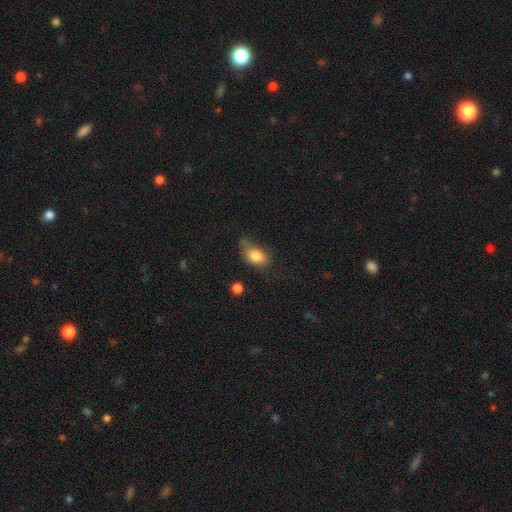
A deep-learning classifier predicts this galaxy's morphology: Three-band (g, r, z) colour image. It shows a smooth galaxy with no disk features (79%) that is in between round and cigar-shaped (81%). Merging: none (40%).